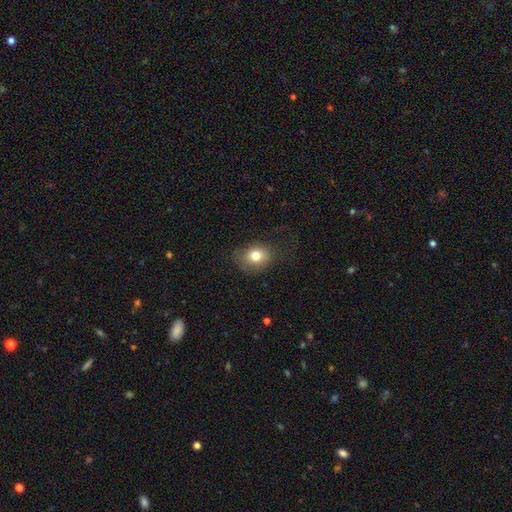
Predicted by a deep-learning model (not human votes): Overall: smooth (77%). How rounded: round (60%; in between 39%). Merging: none (74%).